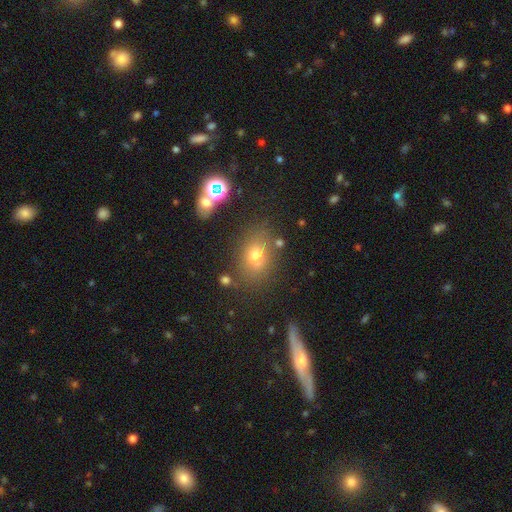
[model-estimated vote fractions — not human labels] Smooth or featured? Predicted: smooth (p=0.66). How rounded? Predicted: in between (p=0.67). Merging? Predicted: none (p=0.71).